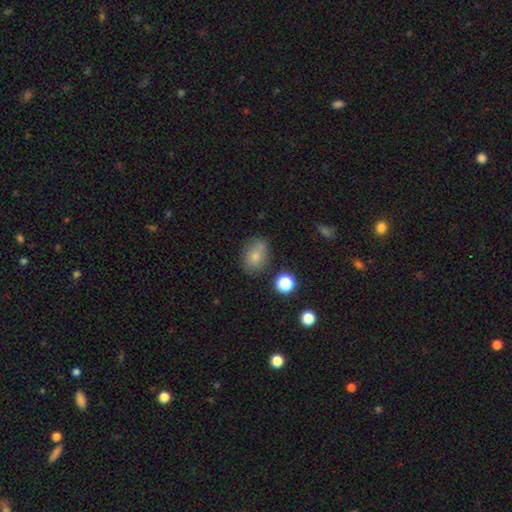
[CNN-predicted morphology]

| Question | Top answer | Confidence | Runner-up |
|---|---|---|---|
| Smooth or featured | smooth | 78% | star or artifact (11%) |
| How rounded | in between | 69% | round (30%) |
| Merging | none | 70% | minor disturbance (19%) |